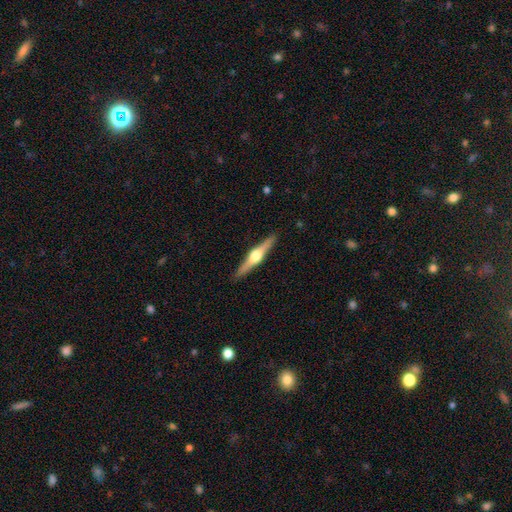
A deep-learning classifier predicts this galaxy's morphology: type=featured or disk (76%); edge-on=yes (98%); edge-on bulge=rounded (95%); merging=none (91%).